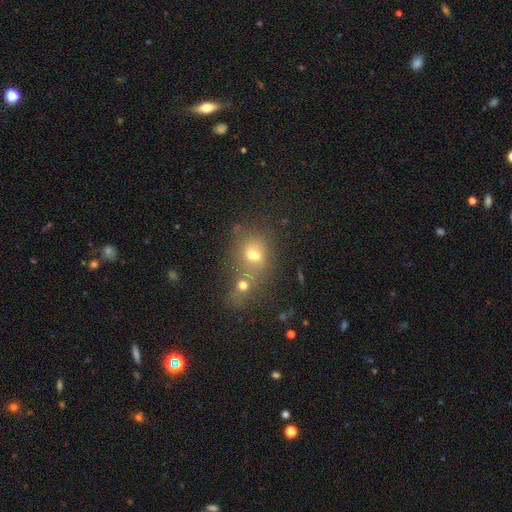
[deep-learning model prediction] Smooth or featured?
  - smooth: 62% *
  - featured or disk: 20%
  - star or artifact: 18%
How rounded?
  - round: 53% *
  - in between: 45%
  - cigar-shaped: 2%
Merging?
  - merger: 55% *
  - none: 30%
  - minor disturbance: 8%
  - major disturbance: 6%